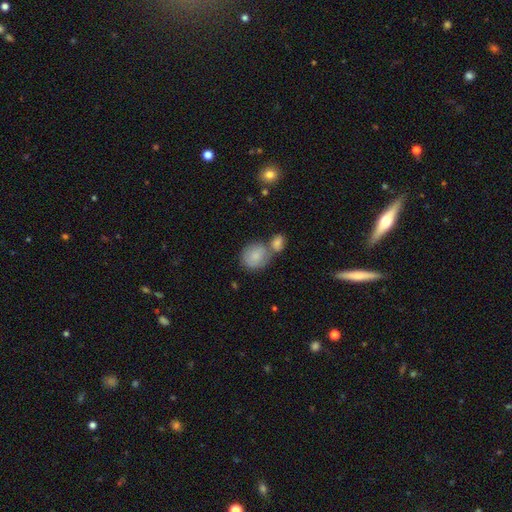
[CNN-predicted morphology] Smooth or featured?
  - smooth: 81% *
  - featured or disk: 12%
  - star or artifact: 7%
How rounded?
  - round: 66% *
  - in between: 33%
  - cigar-shaped: 1%
Merging?
  - merger: 48% *
  - none: 36%
  - minor disturbance: 12%
  - major disturbance: 4%